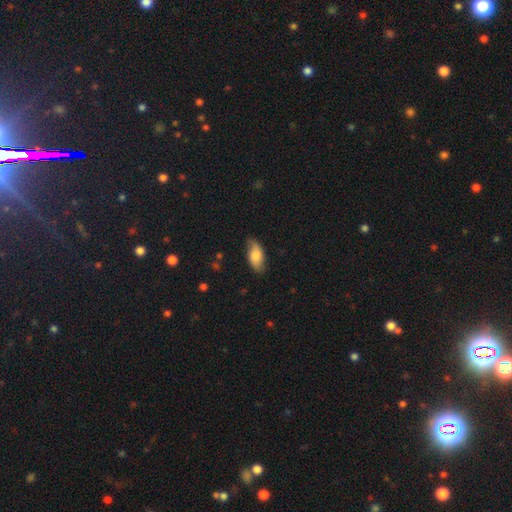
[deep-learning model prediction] A smooth galaxy with no disk features (74%) that is in between round and cigar-shaped (91%).

Vote fractions:
- Smooth or featured? smooth: 74% / featured or disk: 20% / star or artifact: 6%
- How rounded? in between: 91% / cigar-shaped: 6% / round: 3%
- Merging? none: 76% / minor disturbance: 19% / major disturbance: 4% / merger: 1%